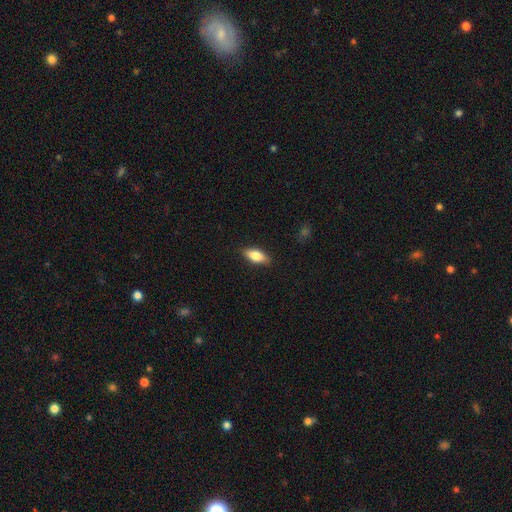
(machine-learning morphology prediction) A smooth galaxy with no disk features (79%) that is in between round and cigar-shaped (82%). Merging: none (86%).